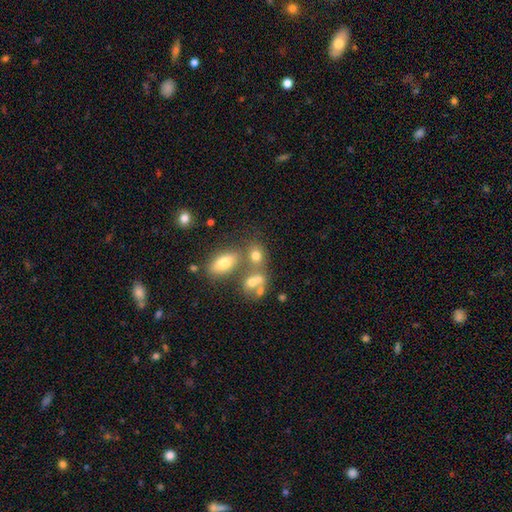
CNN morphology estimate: The model was most divided on "how rounded": in between: 53%, round: 44%, cigar-shaped: 3%. Remaining: smooth or featured — smooth (70%); merging — none (46%).